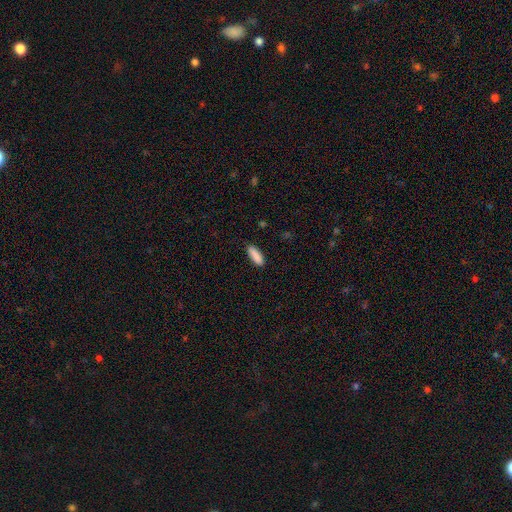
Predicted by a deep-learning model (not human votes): Smooth or featured? smooth (90%)
How rounded? in between (57%)
Merging? none (86%)